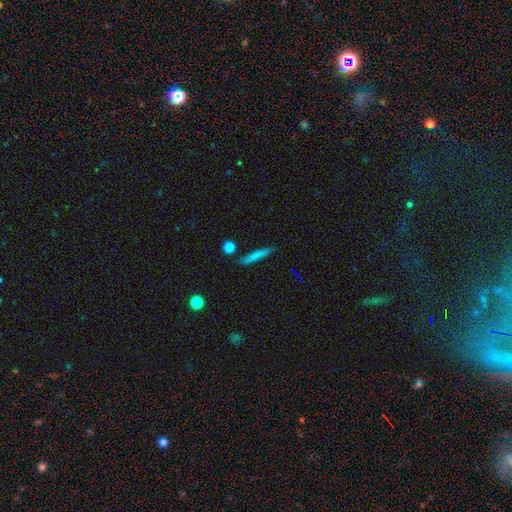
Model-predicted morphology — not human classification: A smooth galaxy with no disk features (74%) that is cigar-shaped (91%).

Vote fractions:
- Smooth or featured? smooth: 74% / featured or disk: 18% / star or artifact: 8%
- How rounded? cigar-shaped: 91% / in between: 7% / round: 2%
- Merging? none: 83% / minor disturbance: 11% / merger: 3% / major disturbance: 2%